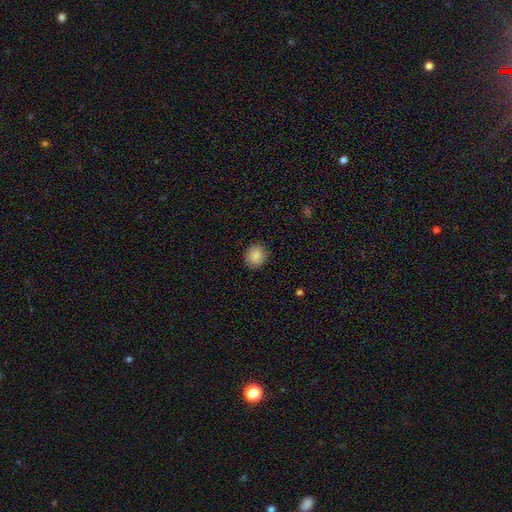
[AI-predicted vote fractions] Smooth or featured?
  - smooth: 88% *
  - star or artifact: 8%
  - featured or disk: 3%
How rounded?
  - round: 85% *
  - in between: 15%
  - cigar-shaped: 1%
Merging?
  - none: 90% *
  - minor disturbance: 7%
  - major disturbance: 2%
  - merger: 1%